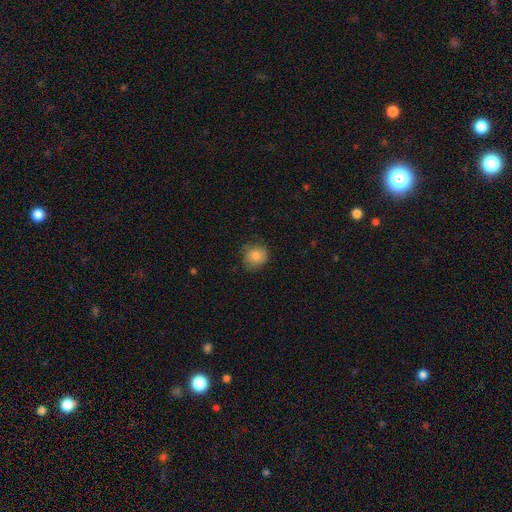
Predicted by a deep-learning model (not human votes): A smooth galaxy with no disk features (83%) that is round (78%). Merging: none (71%).